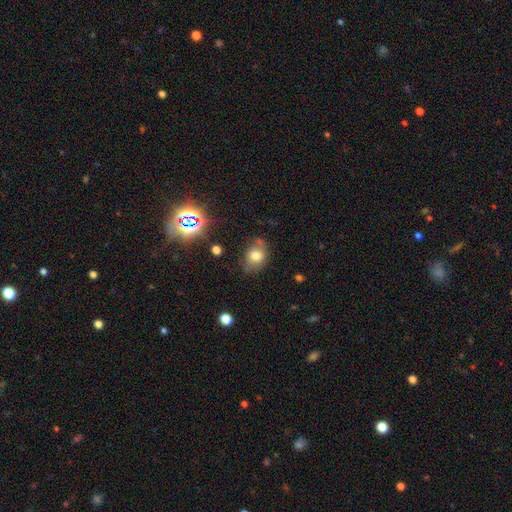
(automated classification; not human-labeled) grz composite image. It shows a smooth galaxy with no disk features (71%) that is in between round and cigar-shaped (54%). Merging: none (64%).